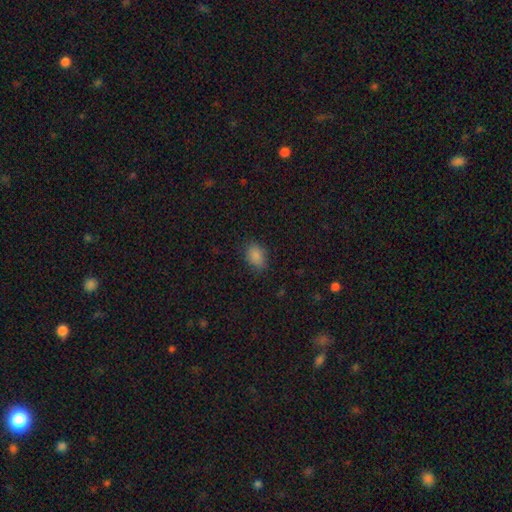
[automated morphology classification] Overall: smooth (86%). How rounded: in between (77%). Merging: none (81%).